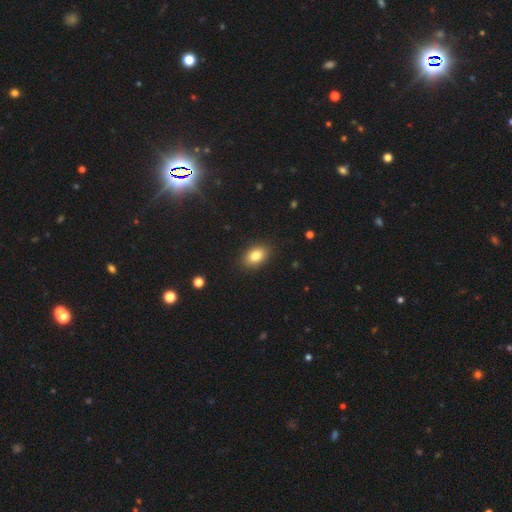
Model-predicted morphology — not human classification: type=smooth (83%); roundness=in between (84%); merging=none (89%).